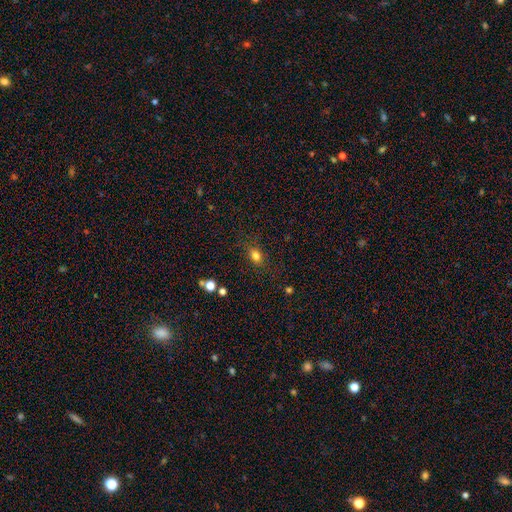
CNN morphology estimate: smooth-or-featured: smooth: 79% | star or artifact: 14% | featured or disk: 7%
  how-rounded: in between: 56% | round: 42% | cigar-shaped: 2%
  merging: none: 81% | minor disturbance: 12% | major disturbance: 5% | merger: 2%